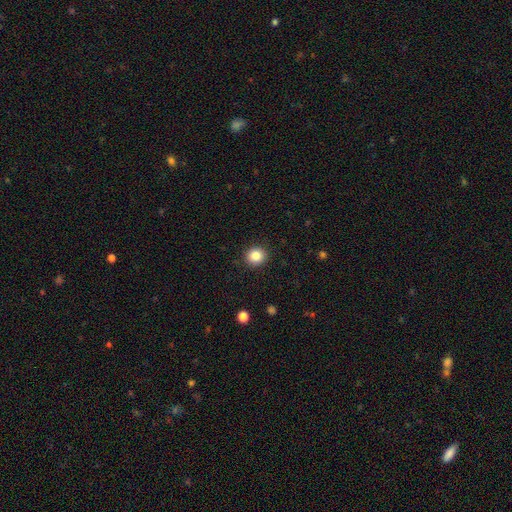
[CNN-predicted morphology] This is clearly a smooth galaxy (85%). How rounded: clearly round (89%). Merging: clearly none (92%).